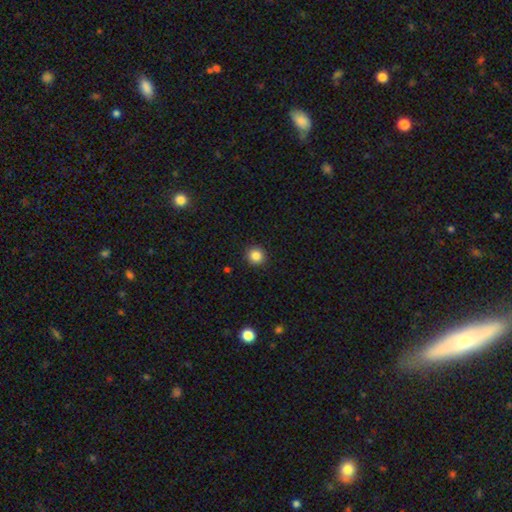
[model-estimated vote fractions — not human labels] This is clearly a smooth galaxy (85%). How rounded: clearly round (94%). Merging: clearly none (93%).